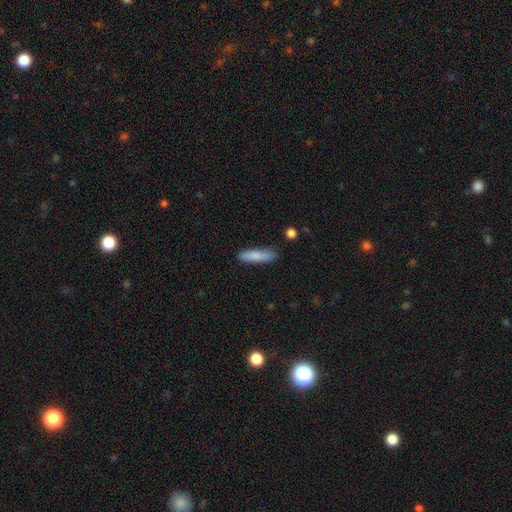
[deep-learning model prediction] A smooth galaxy with no disk features (82%) that is cigar-shaped (74%). Merging: none (79%).